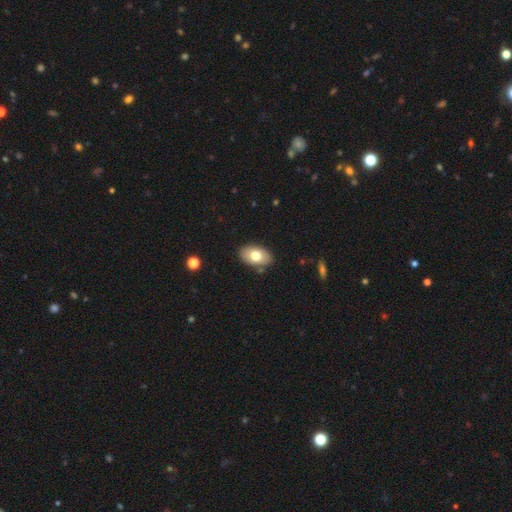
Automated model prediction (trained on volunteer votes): Smooth or featured?
  - smooth: 73% *
  - featured or disk: 20%
  - star or artifact: 7%
How rounded?
  - in between: 91% *
  - round: 8%
  - cigar-shaped: 1%
Merging?
  - none: 85% *
  - minor disturbance: 10%
  - major disturbance: 2%
  - merger: 2%